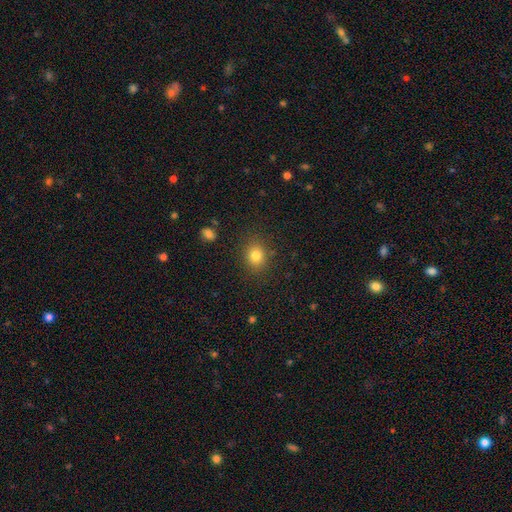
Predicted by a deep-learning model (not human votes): Overall: smooth (81%). How rounded: round (66%; in between 33%). Merging: none (86%).